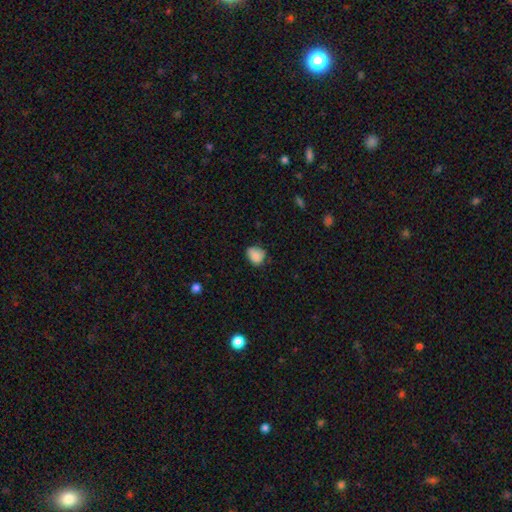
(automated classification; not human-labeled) A smooth galaxy with no disk features (84%) that is round (53%).

Vote fractions:
- Smooth or featured? smooth: 84% / star or artifact: 9% / featured or disk: 7%
- How rounded? round: 53% / in between: 46% / cigar-shaped: 1%
- Merging? none: 61% / minor disturbance: 32% / major disturbance: 6% / merger: 2%